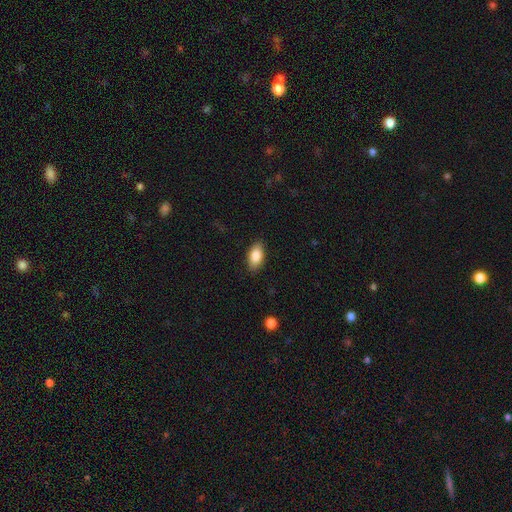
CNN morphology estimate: A smooth galaxy with no disk features (86%) that is in between round and cigar-shaped (92%).

Vote fractions:
- Smooth or featured? smooth: 86% / featured or disk: 7% / star or artifact: 7%
- How rounded? in between: 92% / round: 4% / cigar-shaped: 4%
- Merging? none: 88% / minor disturbance: 9% / major disturbance: 2% / merger: 1%